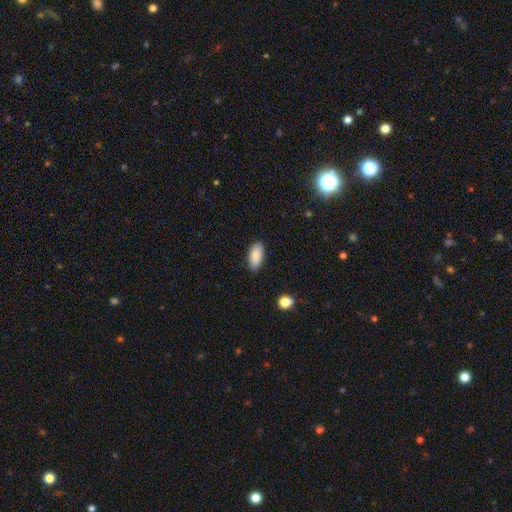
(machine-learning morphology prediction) This appears to be a smooth galaxy with no disk features (89%) that is in between round and cigar-shaped (91%). Merging: none (86%).